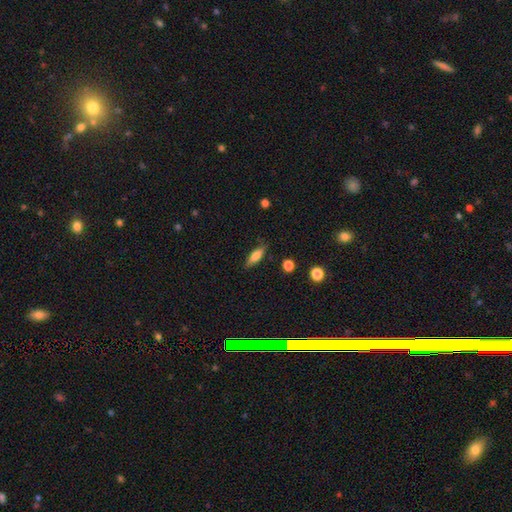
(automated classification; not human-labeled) Smooth or featured? smooth (72%)
How rounded? in between (51%)
Merging? none (82%)